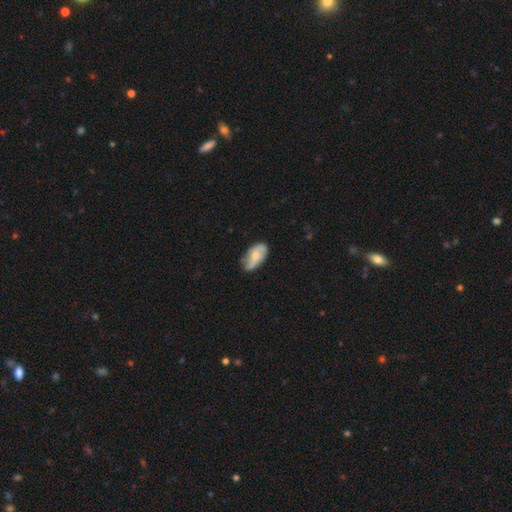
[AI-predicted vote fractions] Smooth or featured? Predicted: smooth (p=0.52). How rounded? Predicted: in between (p=0.91). Merging? Predicted: none (p=0.56).